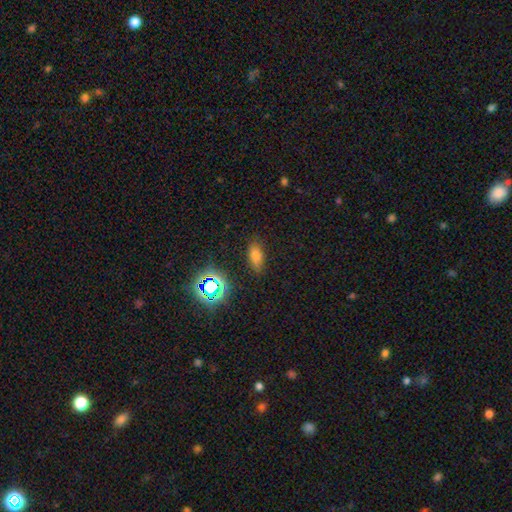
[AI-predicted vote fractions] Q: Smooth or featured?
A: smooth (73%); runner-up: star or artifact (19%)
Q: How rounded?
A: in between (83%); runner-up: cigar-shaped (12%)
Q: Merging?
A: none (81%); runner-up: minor disturbance (13%)